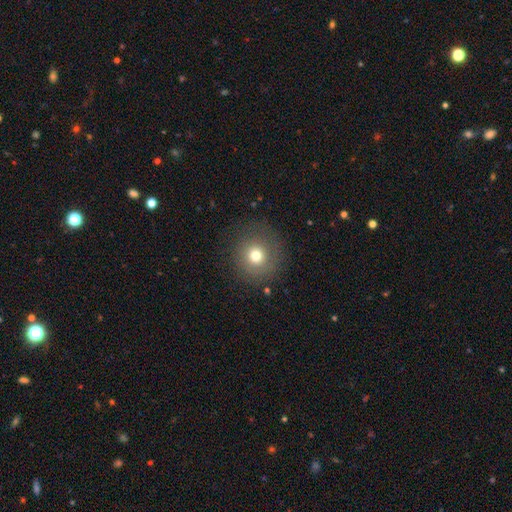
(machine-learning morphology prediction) Smooth or featured? Predicted: smooth (p=0.73). How rounded? Predicted: round (p=0.93). Merging? Predicted: none (p=0.84).